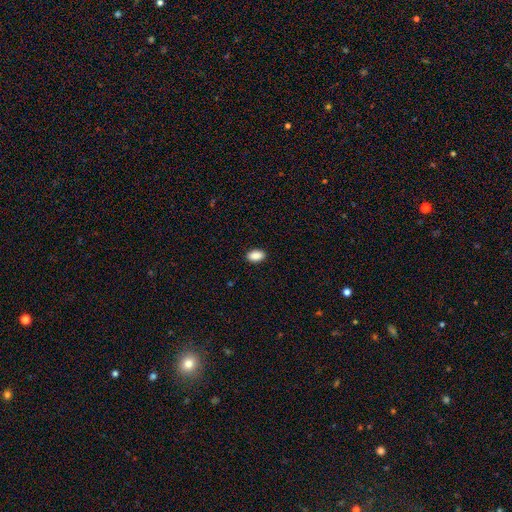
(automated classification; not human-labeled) Smooth or featured? Predicted: smooth (p=0.90). How rounded? Predicted: in between (p=0.92). Merging? Predicted: none (p=0.90).